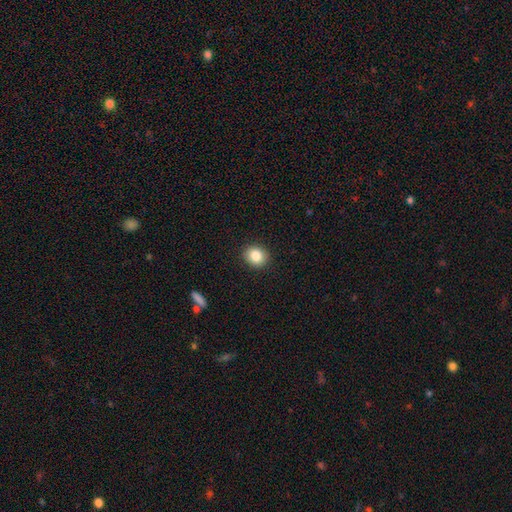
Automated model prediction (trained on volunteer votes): Q: Smooth or featured?
A: smooth (86%); runner-up: star or artifact (9%)
Q: How rounded?
A: round (70%); runner-up: in between (29%)
Q: Merging?
A: none (91%); runner-up: minor disturbance (6%)